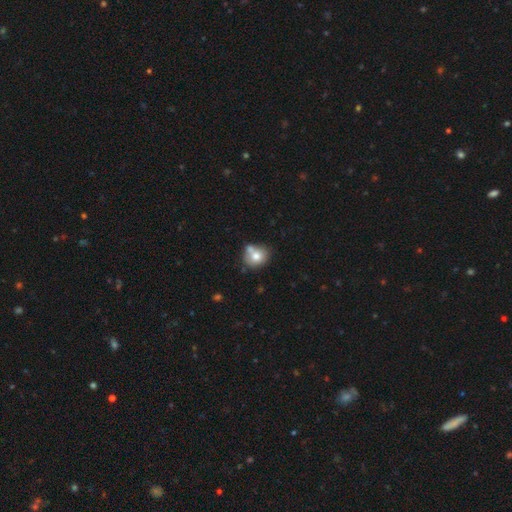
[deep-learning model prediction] smooth_or_featured: smooth (p=0.74) [alt: featured or disk p=0.17]
how_rounded: round (p=0.72) [alt: in between p=0.27]
merging: none (p=0.50) [alt: merger p=0.29]